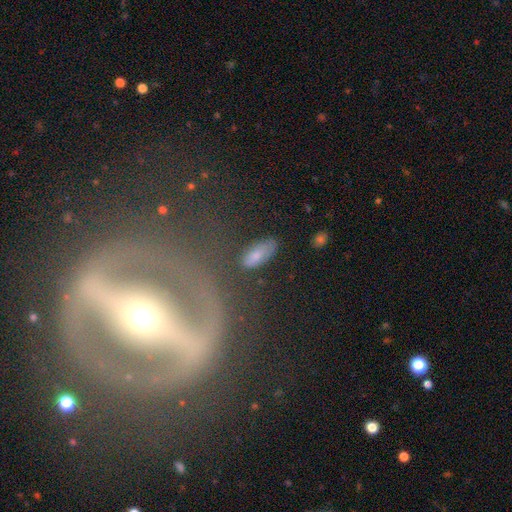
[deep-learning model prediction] Smooth or featured? Predicted: smooth (p=0.68). How rounded? Predicted: in between (p=0.85). Merging? Predicted: none (p=0.74).